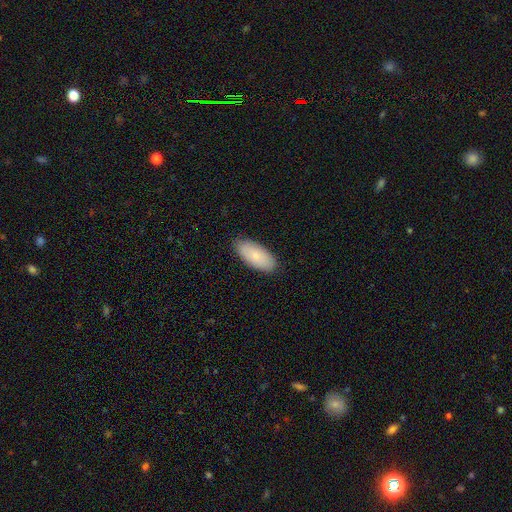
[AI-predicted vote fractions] smooth 81%, featured or disk 13%, star or artifact 6%. Down the decision tree: how rounded — in between (92%); merging — none (86%).